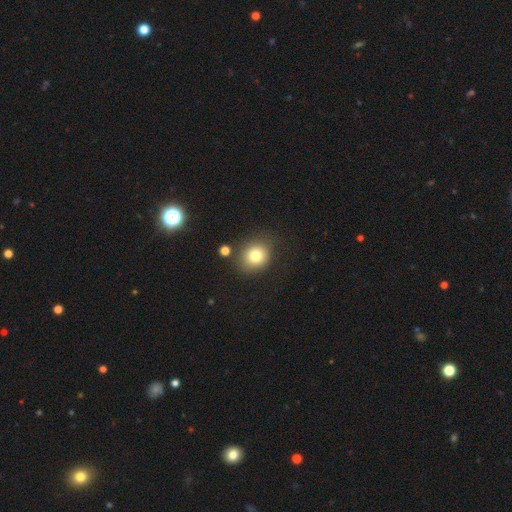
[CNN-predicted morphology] Smooth or featured? smooth (78%)
How rounded? round (74%)
Merging? none (79%)